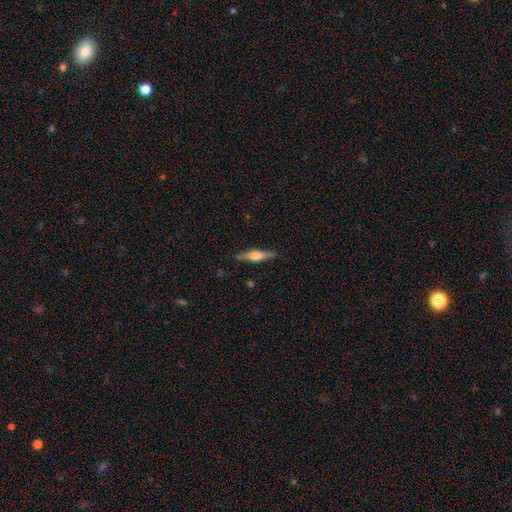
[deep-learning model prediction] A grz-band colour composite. It shows a featured or disk galaxy (63%) viewed edge-on (97%) with a rounded central bulge (83%). Merging: none (88%).